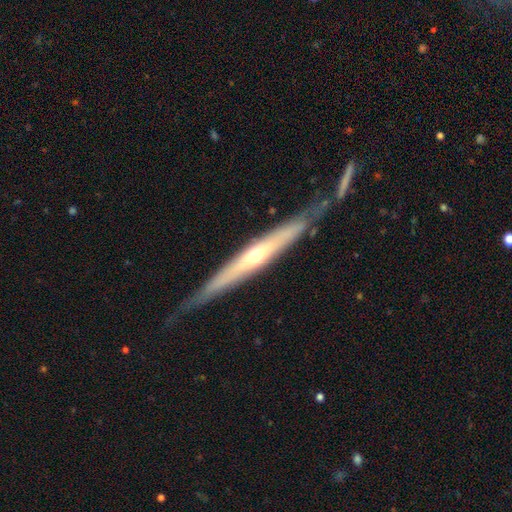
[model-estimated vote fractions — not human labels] Smooth or featured? featured or disk (67%)
Edge-on disk? yes (92%)
Edge-on bulge? rounded (80%)
Merging? none (79%)